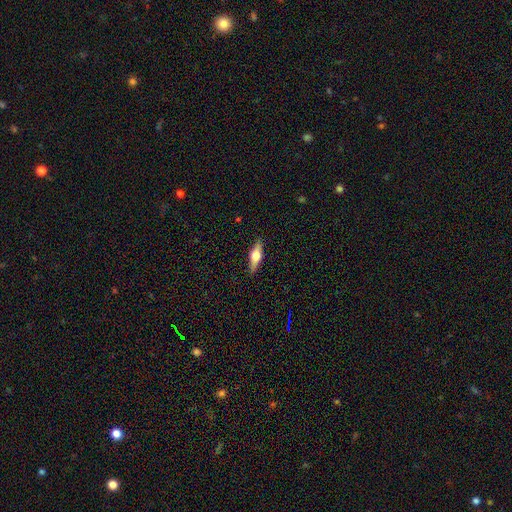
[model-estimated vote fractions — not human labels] The model was most divided on "smooth or featured": featured or disk: 62%, smooth: 32%, star or artifact: 6%. More confident: edge-on disk — yes (95%); edge-on bulge — rounded (95%); merging — none (89%).